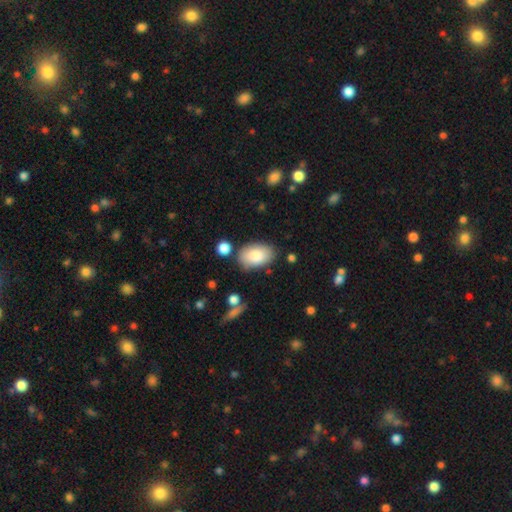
Smooth or featured? 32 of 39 (82%) said smooth. How rounded? 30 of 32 (94%) said in between. Merging? 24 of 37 (65%) said none.